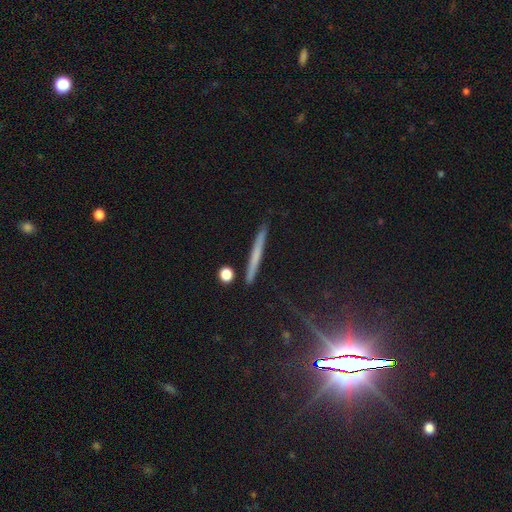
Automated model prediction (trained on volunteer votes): Q: Smooth or featured?
A: smooth (49%); runner-up: featured or disk (39%)
Q: Merging?
A: none (89%); runner-up: minor disturbance (8%)